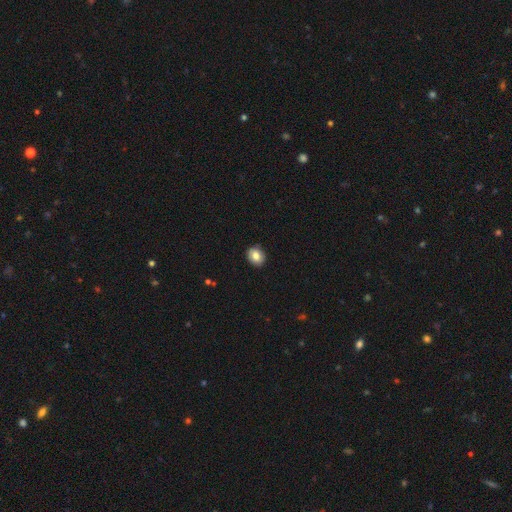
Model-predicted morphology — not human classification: This appears to be a smooth galaxy with no disk features (83%) that is round (59%). Merging: none (89%).